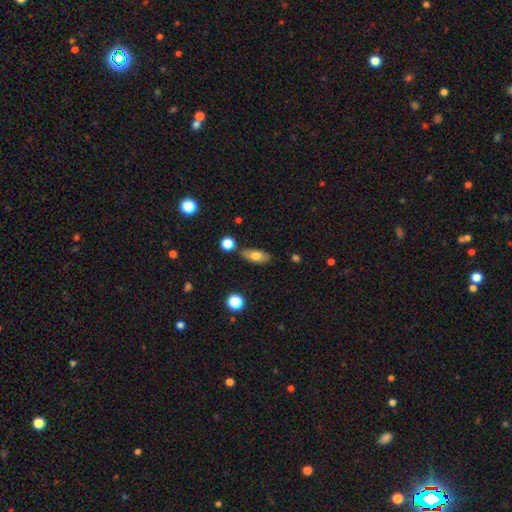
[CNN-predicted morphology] Smooth or featured: smooth — 71% (featured or disk — 21%)
How rounded: in between — 81% (cigar-shaped — 14%)
Merging: none — 75% (minor disturbance — 16%)